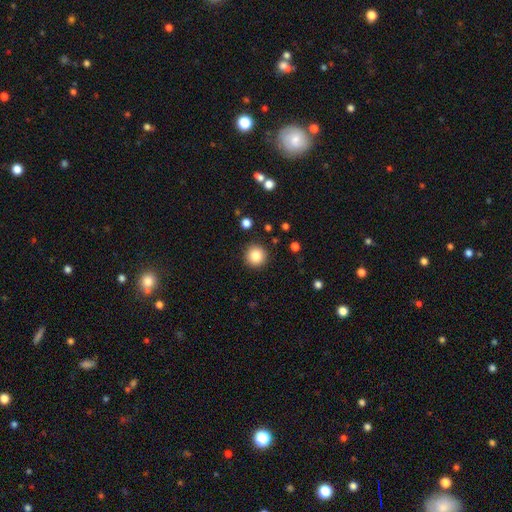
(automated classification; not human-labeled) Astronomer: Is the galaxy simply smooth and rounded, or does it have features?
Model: smooth — 84%.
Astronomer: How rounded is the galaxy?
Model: round — 95%.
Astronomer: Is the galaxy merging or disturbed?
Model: none — 91%.